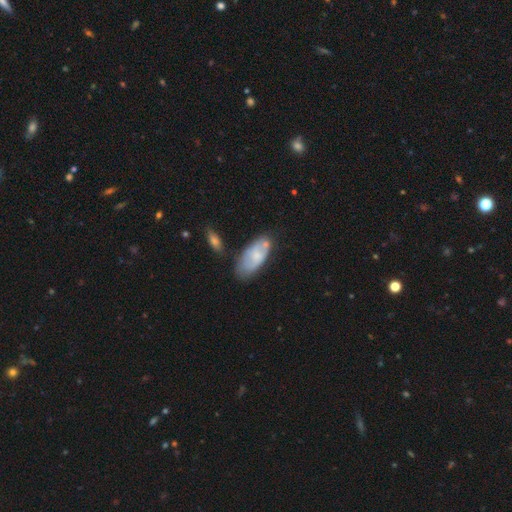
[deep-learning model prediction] Smooth or featured? smooth (61%)
How rounded? in between (89%)
Merging? none (54%)